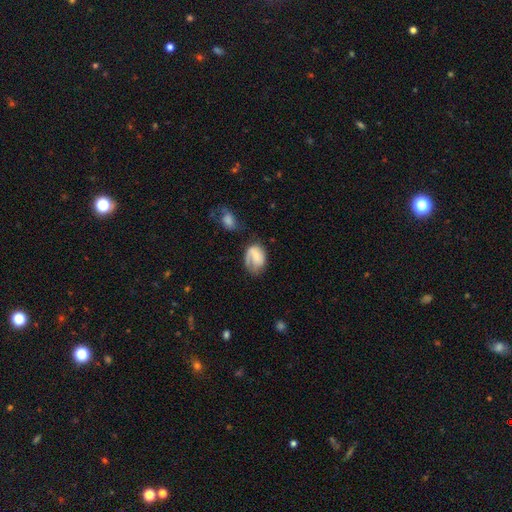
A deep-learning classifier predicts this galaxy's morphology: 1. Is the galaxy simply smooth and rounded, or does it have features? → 48% featured or disk, 44% smooth, 8% star or artifact.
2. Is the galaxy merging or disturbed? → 46% none, 26% minor disturbance, 21% major disturbance, 7% merger.